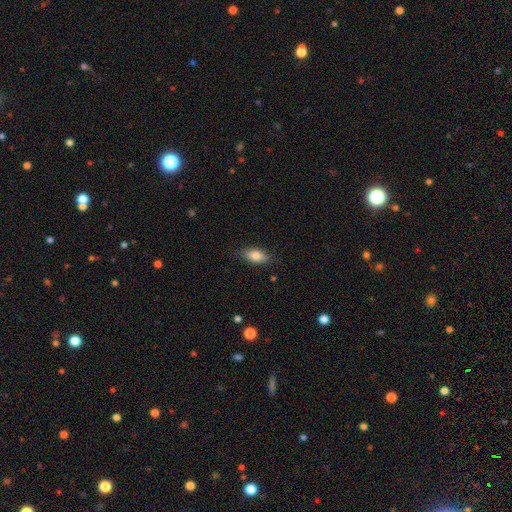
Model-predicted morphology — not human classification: A smooth galaxy with no disk features (82%) that is in between round and cigar-shaped (86%).

Vote fractions:
- Smooth or featured? smooth: 82% / featured or disk: 11% / star or artifact: 7%
- How rounded? in between: 86% / cigar-shaped: 11% / round: 3%
- Merging? none: 84% / minor disturbance: 13% / major disturbance: 3% / merger: 1%